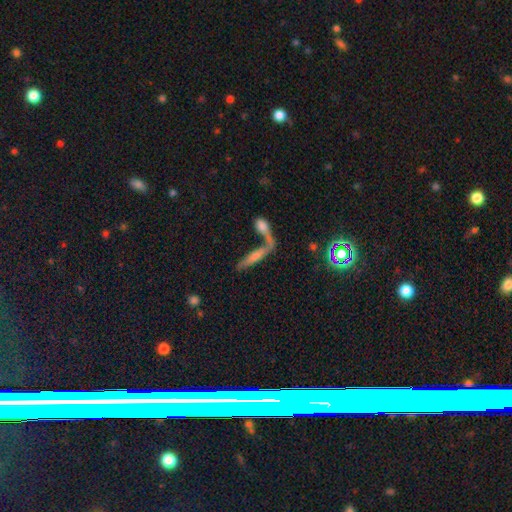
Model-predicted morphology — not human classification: smooth_or_featured: smooth (p=0.52) [alt: featured or disk p=0.37]
how_rounded: cigar-shaped (p=0.73) [alt: in between p=0.23]
merging: merger (p=0.55) [alt: none p=0.29]